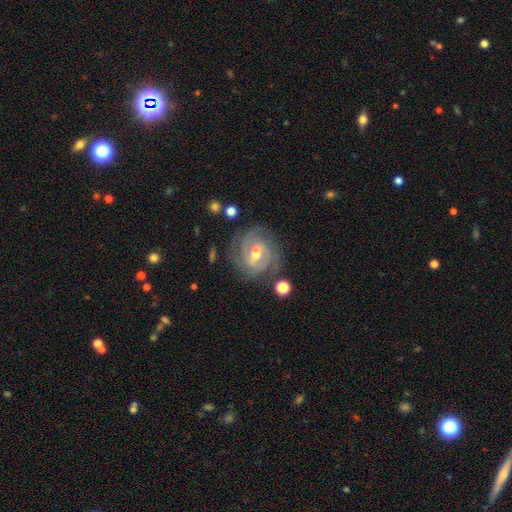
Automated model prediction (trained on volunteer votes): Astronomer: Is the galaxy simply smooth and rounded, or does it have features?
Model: featured or disk — 86%.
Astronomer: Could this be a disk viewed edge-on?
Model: no — 96%.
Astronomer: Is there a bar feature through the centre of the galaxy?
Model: weak — 50% (runner-up: strong, 32%).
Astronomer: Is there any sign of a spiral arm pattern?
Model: yes — 95%.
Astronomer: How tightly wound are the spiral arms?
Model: tight — 65%.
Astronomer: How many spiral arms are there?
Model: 2 — 35% (runner-up: 3, 27%).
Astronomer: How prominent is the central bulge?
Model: moderate — 70%.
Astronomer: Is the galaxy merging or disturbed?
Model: none — 75%.